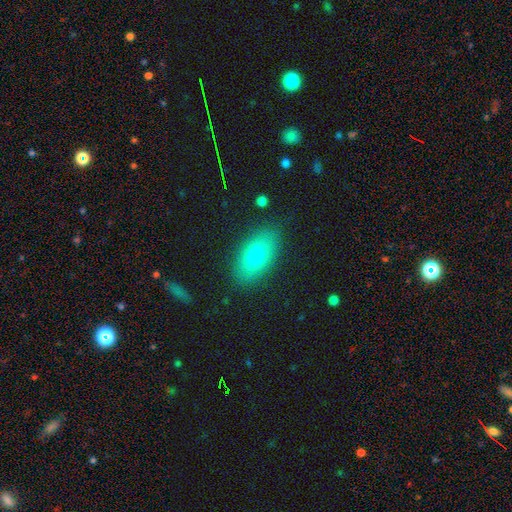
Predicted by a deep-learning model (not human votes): Smooth or featured? smooth (75%)
How rounded? in between (90%)
Merging? none (83%)